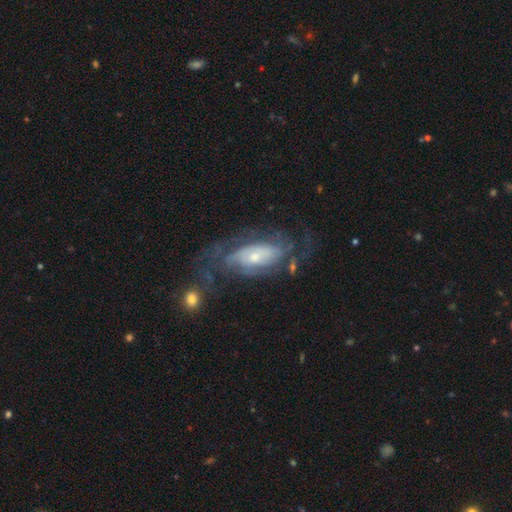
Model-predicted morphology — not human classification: smooth_or_featured: featured or disk (p=0.79) [alt: smooth p=0.15]
disk_edge_on: no (p=0.92) [alt: yes p=0.08]
bar: no (p=0.67) [alt: weak p=0.25]
has_spiral_arms: yes (p=0.89) [alt: no p=0.11]
spiral_winding: tight (p=0.51) [alt: medium p=0.35]
spiral_arm_count: can't tell (p=0.43) [alt: 2 p=0.27]
bulge_size: small (p=0.53) [alt: moderate p=0.37]
merging: none (p=0.57) [alt: minor disturbance p=0.20]